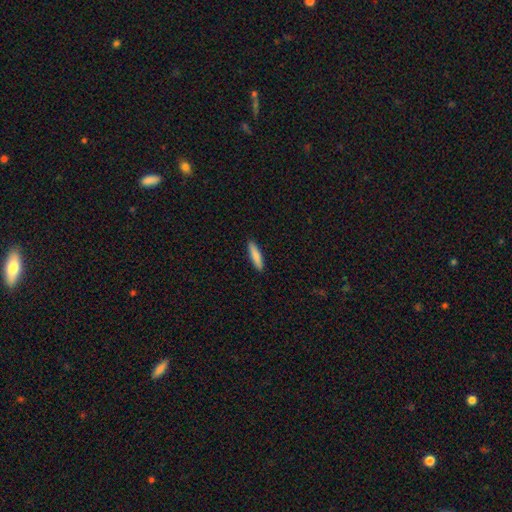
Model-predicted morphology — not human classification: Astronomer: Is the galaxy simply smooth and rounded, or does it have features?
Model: smooth — 85%.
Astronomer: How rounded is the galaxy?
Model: cigar-shaped — 84%.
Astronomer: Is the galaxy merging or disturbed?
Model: none — 91%.